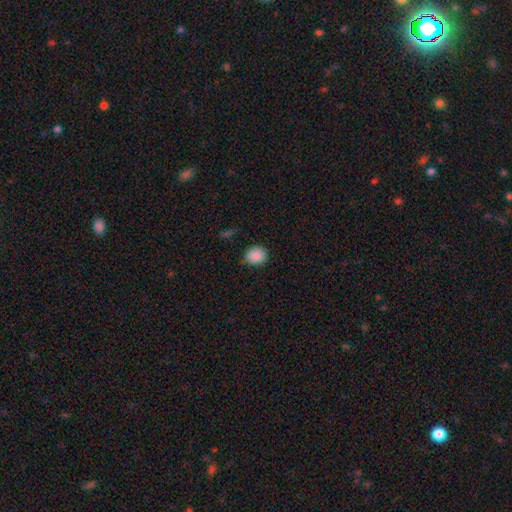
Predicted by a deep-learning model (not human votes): Q: Smooth or featured?
A: smooth (88%); runner-up: star or artifact (8%)
Q: How rounded?
A: round (71%); runner-up: in between (28%)
Q: Merging?
A: none (79%); runner-up: minor disturbance (17%)